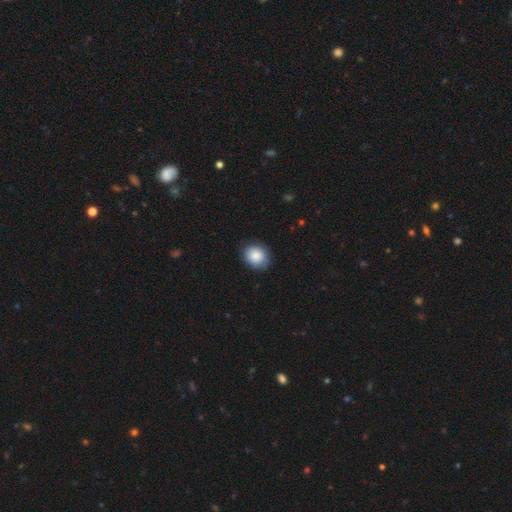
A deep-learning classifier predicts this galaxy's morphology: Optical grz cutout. It shows a smooth galaxy with no disk features (87%) that is round (66%). Merging: none (85%).